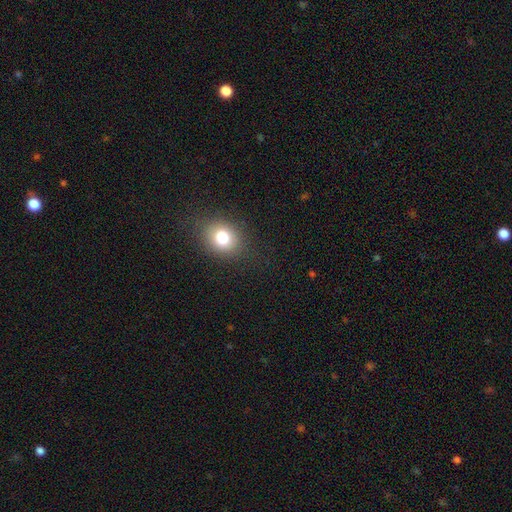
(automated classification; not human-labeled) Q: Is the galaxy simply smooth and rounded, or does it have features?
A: smooth — 74%.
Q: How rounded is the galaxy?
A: round — 64%.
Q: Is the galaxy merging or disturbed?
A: none — 89%.